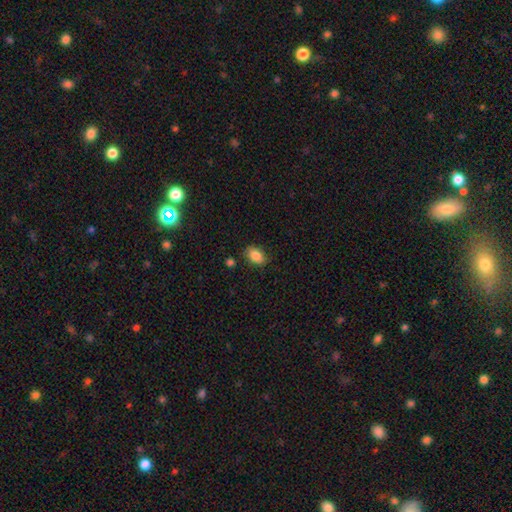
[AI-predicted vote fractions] Smooth or featured? smooth (85%)
How rounded? in between (86%)
Merging? none (83%)